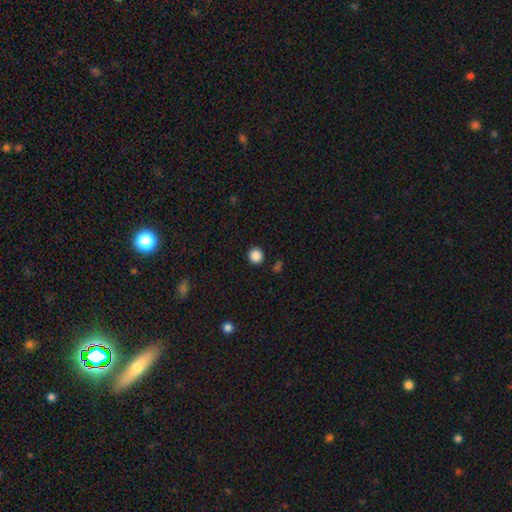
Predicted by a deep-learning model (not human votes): Smooth or featured? Predicted: smooth (p=0.87). How rounded? Predicted: round (p=0.93). Merging? Predicted: none (p=0.91).